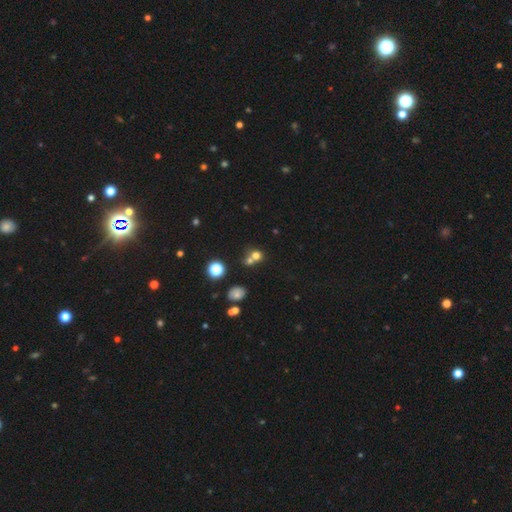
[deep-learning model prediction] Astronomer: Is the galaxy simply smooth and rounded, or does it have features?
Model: smooth — 68%.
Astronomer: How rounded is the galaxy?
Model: round — 80%.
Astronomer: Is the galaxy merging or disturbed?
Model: merger — 46% (runner-up: none, 44%).